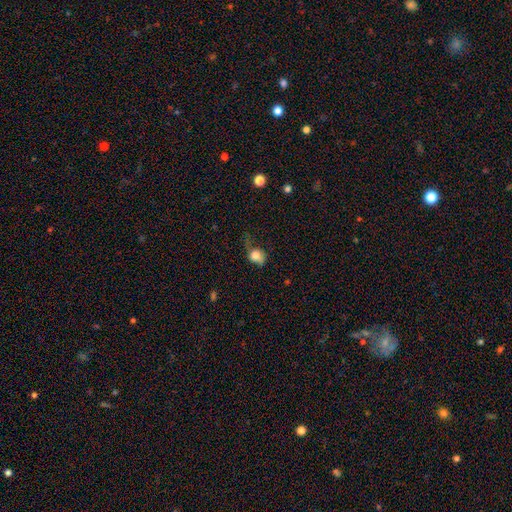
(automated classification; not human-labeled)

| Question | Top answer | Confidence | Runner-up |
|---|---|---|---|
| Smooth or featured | smooth | 76% | featured or disk (15%) |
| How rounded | round | 56% | in between (43%) |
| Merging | none | 33% | major disturbance (32%) |